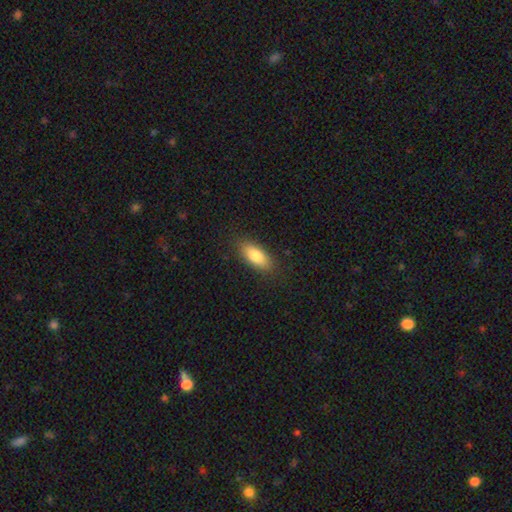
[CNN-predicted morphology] smooth 82%, featured or disk 11%, star or artifact 6%. Down the decision tree: how rounded — in between (83%); merging — none (86%).